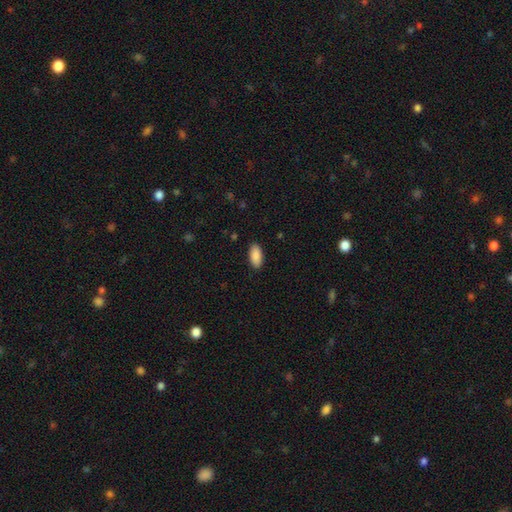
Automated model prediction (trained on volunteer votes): Smooth or featured? smooth (91%)
How rounded? in between (92%)
Merging? none (90%)